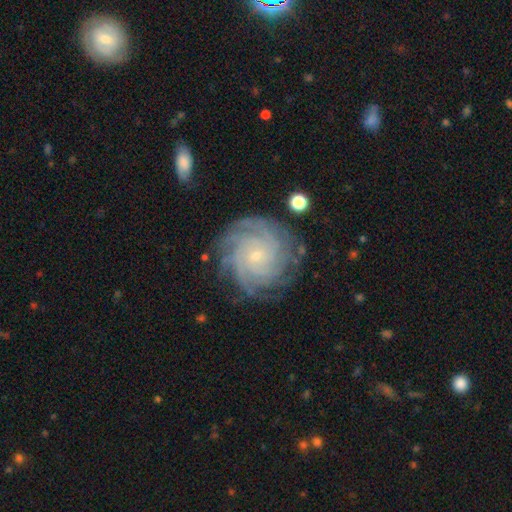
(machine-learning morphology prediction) A featured or disk galaxy (85%) with no bar (76%), 4 (29%) tight (80%) spiral arms (98%) and a small central bulge (82%). Merging: none (80%).